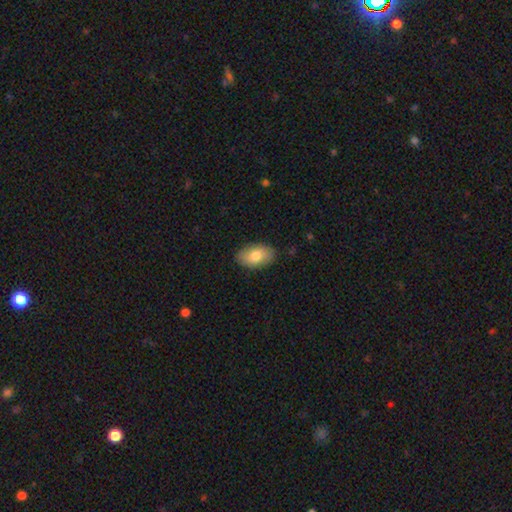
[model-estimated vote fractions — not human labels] Smooth or featured? Predicted: smooth (p=0.78). How rounded? Predicted: in between (p=0.92). Merging? Predicted: none (p=0.86).